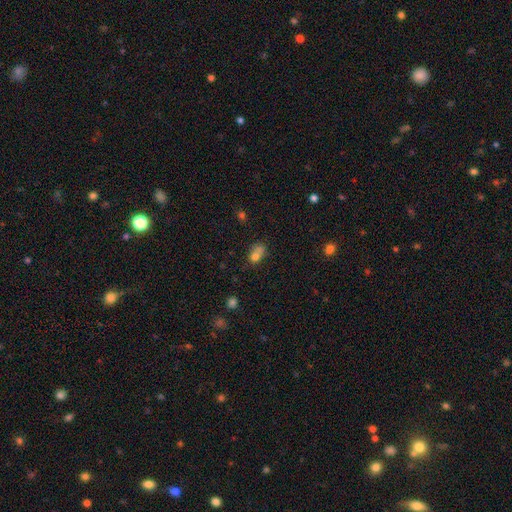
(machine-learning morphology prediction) Smooth or featured: smooth — 73% (featured or disk — 14%)
How rounded: in between — 52% (round — 46%)
Merging: merger — 41% (none — 32%)